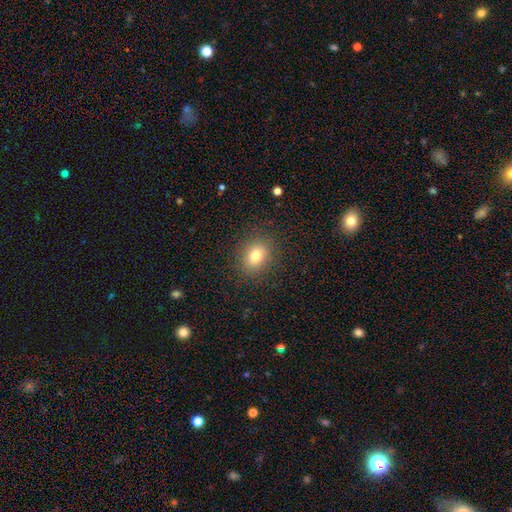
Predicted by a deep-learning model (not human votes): This appears to be a smooth galaxy with no disk features (77%) that is round (56%). Merging: none (87%).